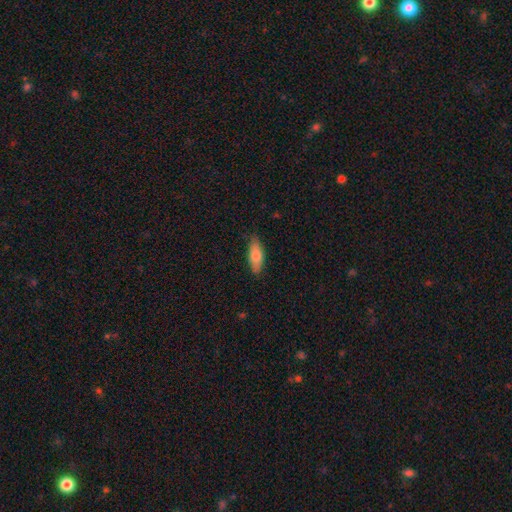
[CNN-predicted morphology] This appears to be a smooth galaxy with no disk features (74%) that is in between round and cigar-shaped (69%). Merging: none (82%).